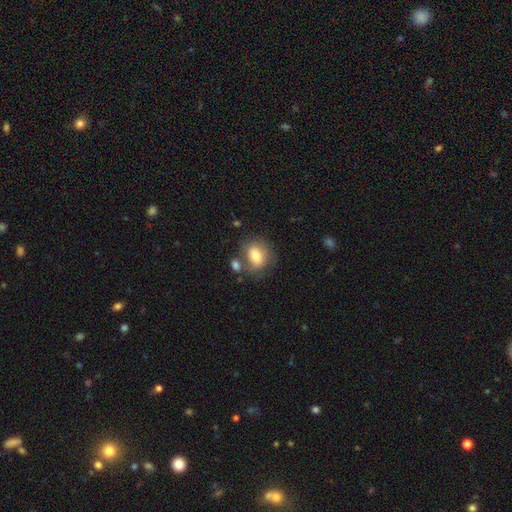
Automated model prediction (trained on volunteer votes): This appears to be a smooth galaxy with no disk features (74%) that is in between round and cigar-shaped (63%). Merging: none (56%).